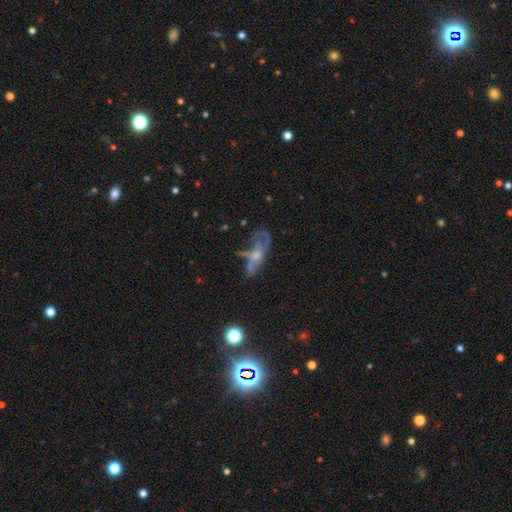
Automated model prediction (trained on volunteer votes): A featured or disk galaxy (60%) with no bar (78%), no spiral arms (58%) and a small central bulge (42%). Merging: major disturbance (40%).